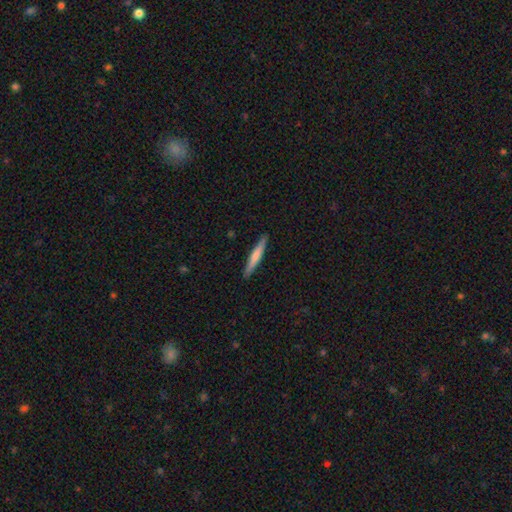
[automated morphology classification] smooth-or-featured: smooth: 63% | featured or disk: 32% | star or artifact: 5%
  how-rounded: cigar-shaped: 95% | in between: 4% | round: 1%
  merging: none: 91% | minor disturbance: 7% | major disturbance: 1% | merger: 1%